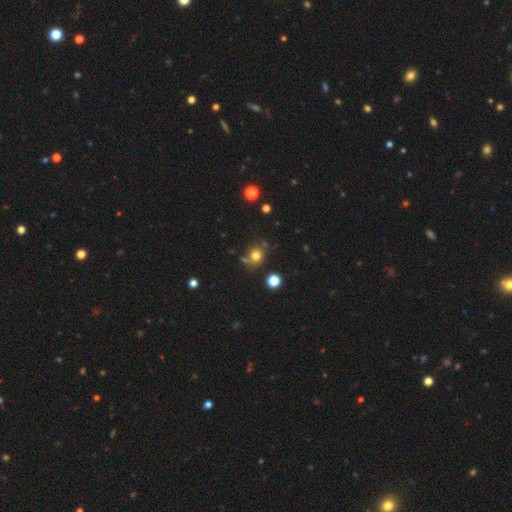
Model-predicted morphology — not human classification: type=smooth (76%); roundness=round (80%); merging=none (69%).